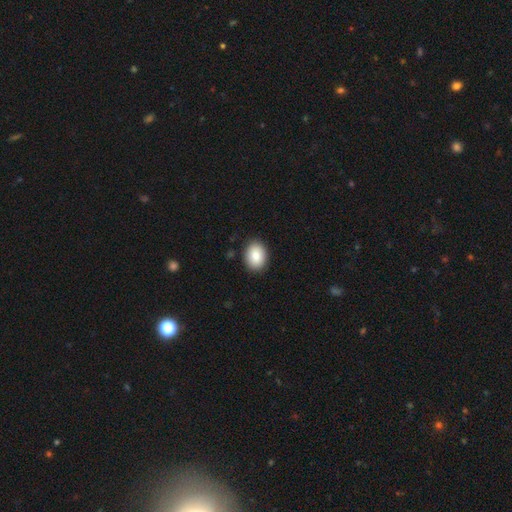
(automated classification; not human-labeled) A smooth galaxy with no disk features (85%) that is in between round and cigar-shaped (67%).

Vote fractions:
- Smooth or featured? smooth: 85% / featured or disk: 7% / star or artifact: 7%
- How rounded? in between: 67% / round: 32% / cigar-shaped: 1%
- Merging? none: 88% / minor disturbance: 9% / major disturbance: 2% / merger: 1%